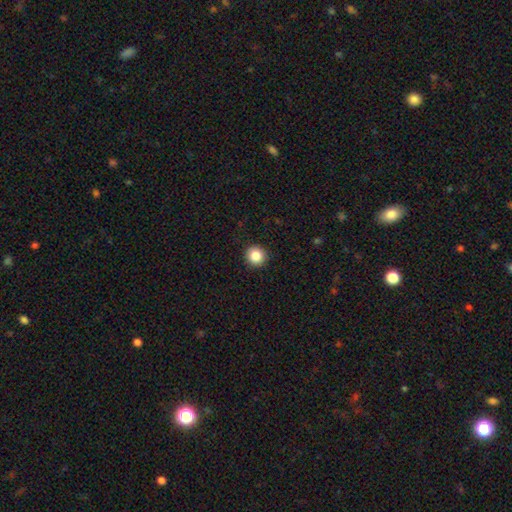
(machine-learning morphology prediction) Smooth or featured? smooth (85%)
How rounded? round (94%)
Merging? none (93%)